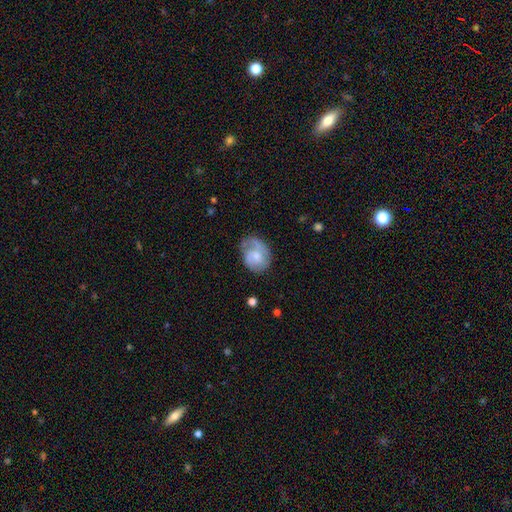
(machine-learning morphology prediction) Smooth or featured? featured or disk (54%)
Edge-on disk? no (97%)
Bar? no (69%)
Spiral arms? yes (81%)
Bulge size? small (45%)
Merging? none (50%)